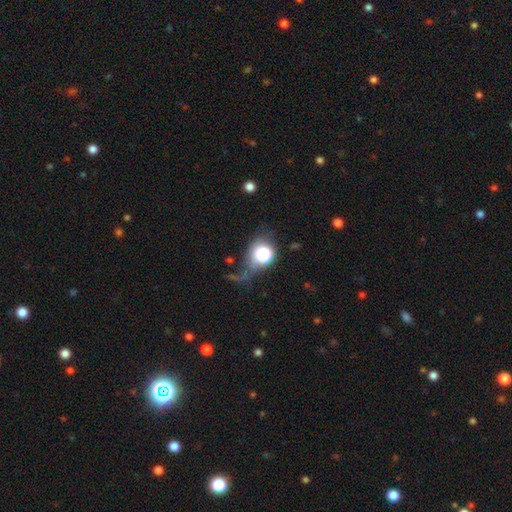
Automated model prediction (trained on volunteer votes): A smooth galaxy with no disk features (44%).

Vote fractions:
- Smooth or featured? smooth: 44% / star or artifact: 35% / featured or disk: 21%
- Merging? none: 40% / major disturbance: 34% / minor disturbance: 15% / merger: 11%